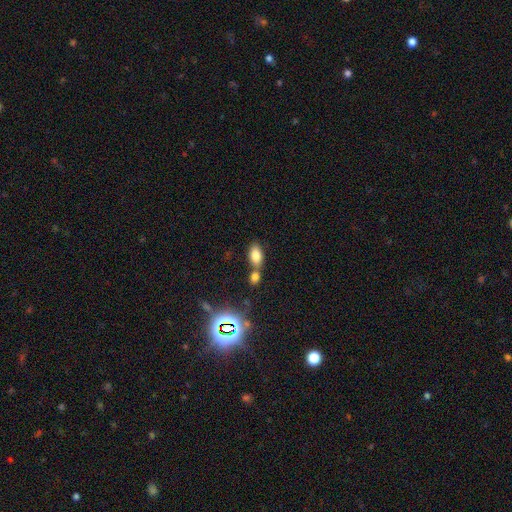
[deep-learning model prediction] A smooth galaxy with no disk features (79%) that is in between round and cigar-shaped (90%).

Vote fractions:
- Smooth or featured? smooth: 79% / star or artifact: 12% / featured or disk: 9%
- How rounded? in between: 90% / round: 7% / cigar-shaped: 3%
- Merging? none: 47% / merger: 39% / minor disturbance: 11% / major disturbance: 4%